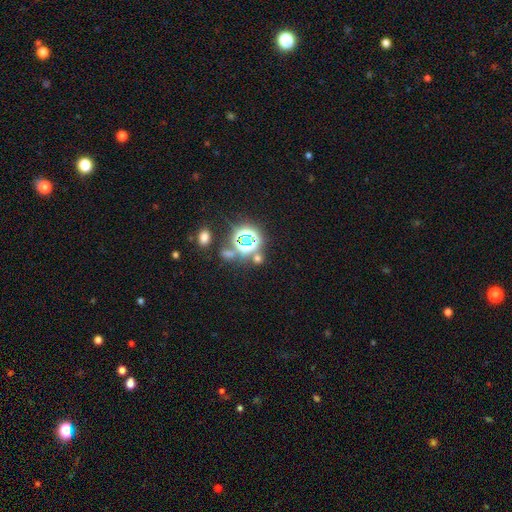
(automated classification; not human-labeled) This appears to be a star or artifact, not a galaxy (71%).